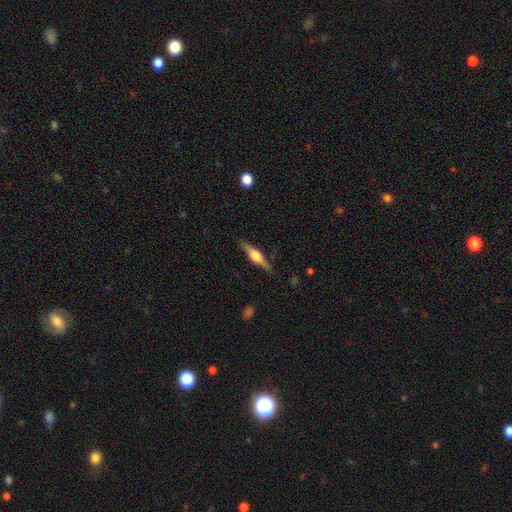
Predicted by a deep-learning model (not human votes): featured or disk 75%, smooth 19%, star or artifact 6%. Down the decision tree: edge-on disk — yes (98%); edge-on bulge — rounded (91%); merging — none (88%).